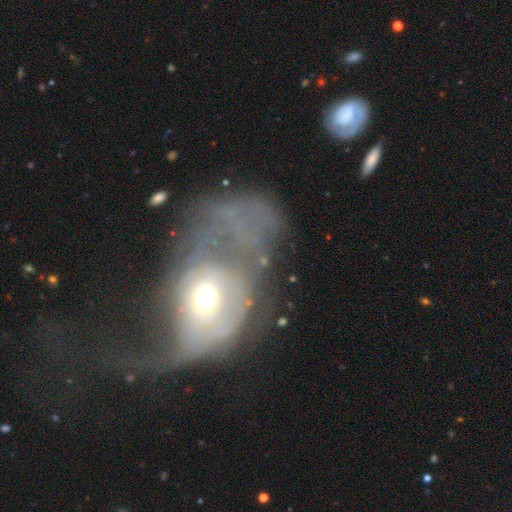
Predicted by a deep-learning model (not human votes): Morphology: type=featured or disk (54%); edge-on=no (96%); bar=no (80%); spiral arms=no (68%); bulge=moderate (65%); merging=major disturbance (68%).